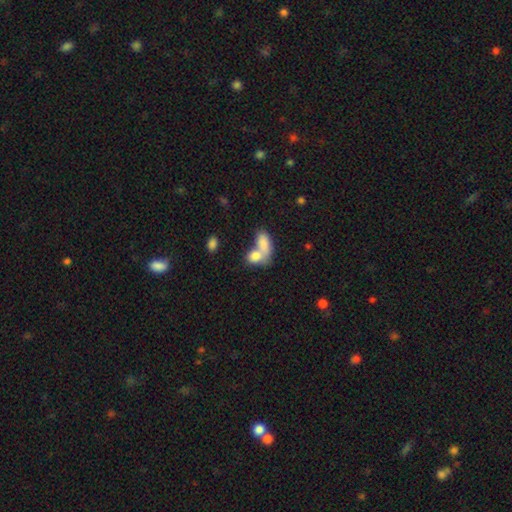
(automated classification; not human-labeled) Smooth or featured: smooth — 81% (featured or disk — 12%)
How rounded: in between — 78% (round — 18%)
Merging: merger — 68% (none — 20%)